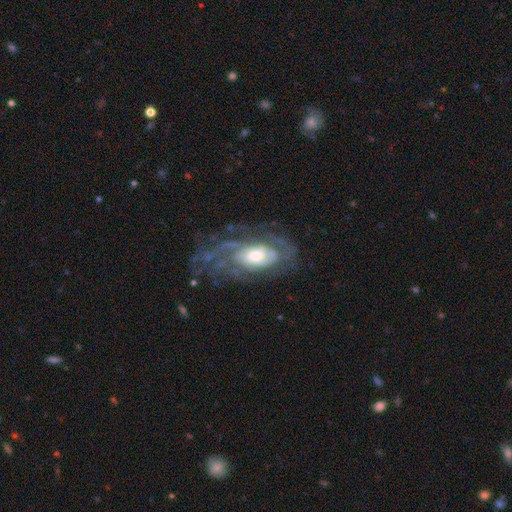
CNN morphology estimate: Smooth or featured: featured or disk — 85% (smooth — 10%)
Edge-on disk: no — 94% (yes — 6%)
Bar: no — 67% (weak — 26%)
Spiral arms: yes — 91% (no — 9%)
Spiral winding: tight — 58% (medium — 32%)
Spiral arm count: can't tell — 43% (2 — 21%)
Bulge size: moderate — 59% (small — 21%)
Merging: none — 59% (minor disturbance — 21%)